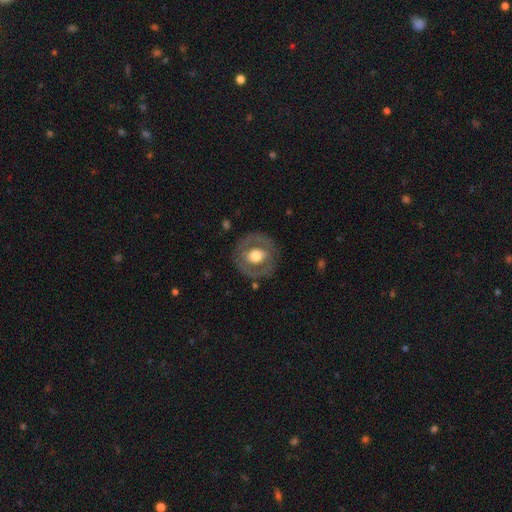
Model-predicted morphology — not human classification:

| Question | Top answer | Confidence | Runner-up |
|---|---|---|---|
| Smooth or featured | featured or disk | 55% | smooth (39%) |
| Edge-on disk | no | 95% | yes (5%) |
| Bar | no | 66% | weak (23%) |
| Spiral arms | no | 79% | yes (21%) |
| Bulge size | moderate | 54% | large (37%) |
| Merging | none | 81% | minor disturbance (11%) |